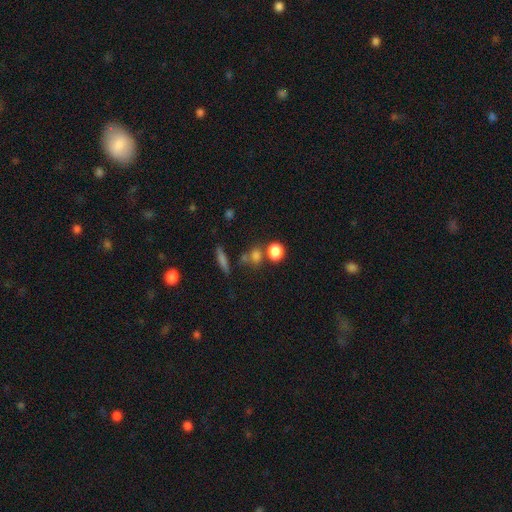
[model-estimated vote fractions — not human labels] smooth 79%, star or artifact 13%, featured or disk 7%. Down the decision tree: how rounded — round (67%); merging — none (63%).